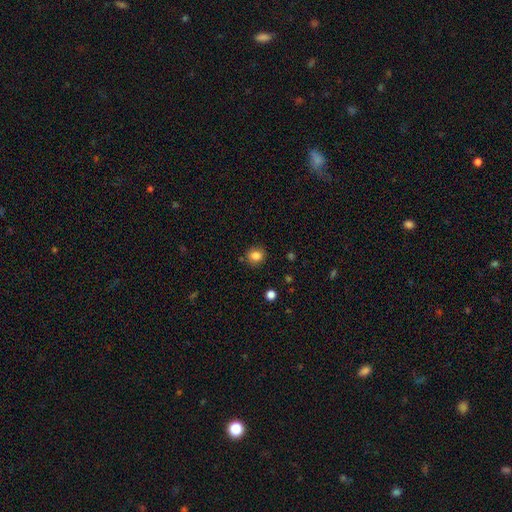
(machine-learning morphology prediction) type=smooth (84%); roundness=round (76%); merging=none (84%).